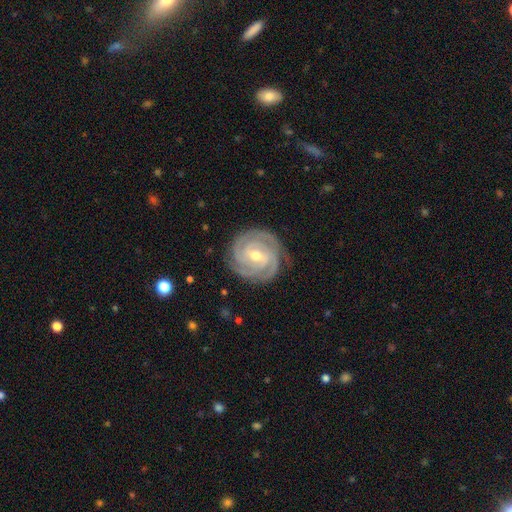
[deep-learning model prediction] This is clearly a featured or disk galaxy (92%). It is clearly not viewed edge-on (98%). Bar: possibly weak (45%). Spiral arm pattern: clearly yes (99%). Spiral arm count: marginally 3 (43%). Spiral winding: clearly tight (83%). Central bulge: possibly moderate (54%). Merging: clearly none (85%).